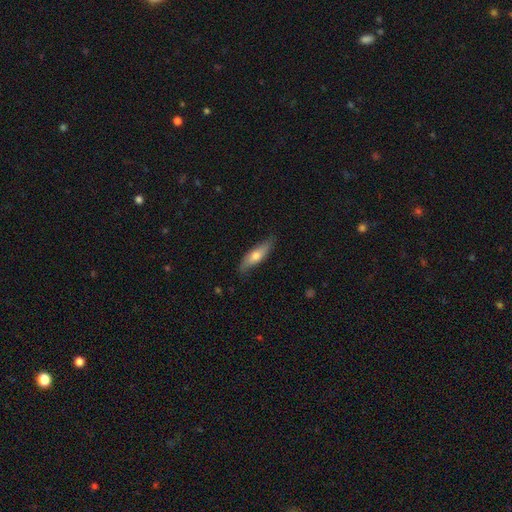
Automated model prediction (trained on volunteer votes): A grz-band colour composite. It shows a smooth galaxy with no disk features (60%) that is cigar-shaped (53%). Merging: none (77%).